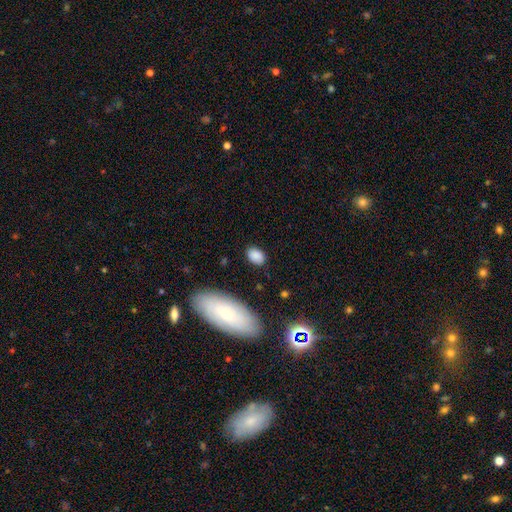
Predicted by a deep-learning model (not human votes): Smooth or featured? smooth (85%)
How rounded? in between (81%)
Merging? none (79%)